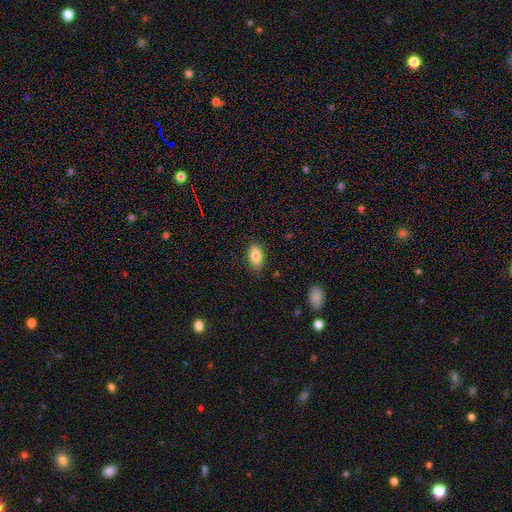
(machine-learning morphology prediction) Overall: smooth (84%). How rounded: in between (89%). Merging: none (84%).